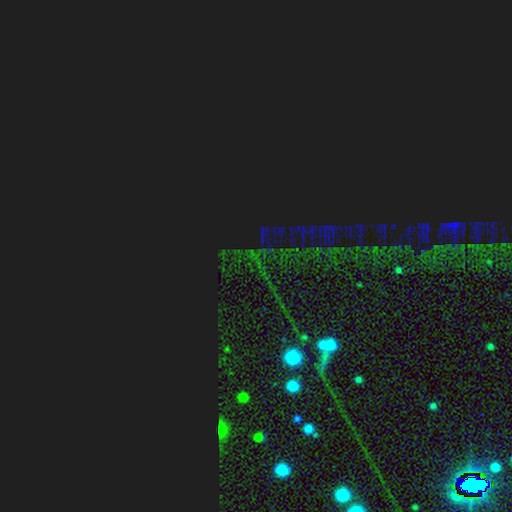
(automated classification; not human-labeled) This is clearly a star or artifact rather than a galaxy (84%).